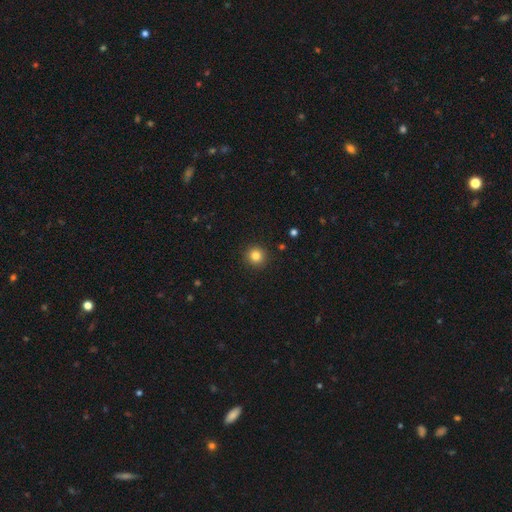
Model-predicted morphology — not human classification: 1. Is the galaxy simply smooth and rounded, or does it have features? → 83% smooth, 11% star or artifact, 6% featured or disk.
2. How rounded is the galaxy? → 94% round, 5% in between, 1% cigar-shaped.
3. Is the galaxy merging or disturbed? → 92% none, 5% minor disturbance, 2% major disturbance, 1% merger.